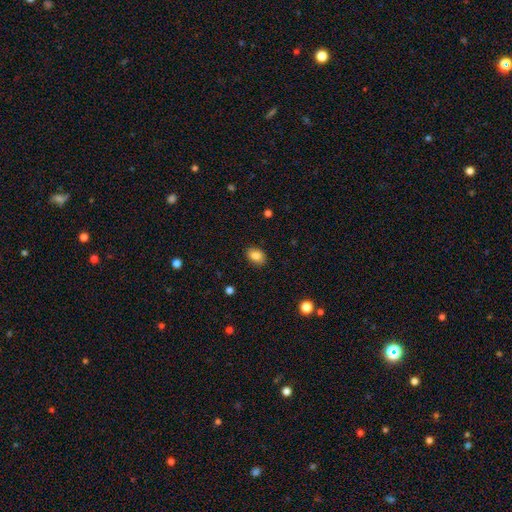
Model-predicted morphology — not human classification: A smooth galaxy with no disk features (86%) that is in between round and cigar-shaped (75%). Merging: none (85%).